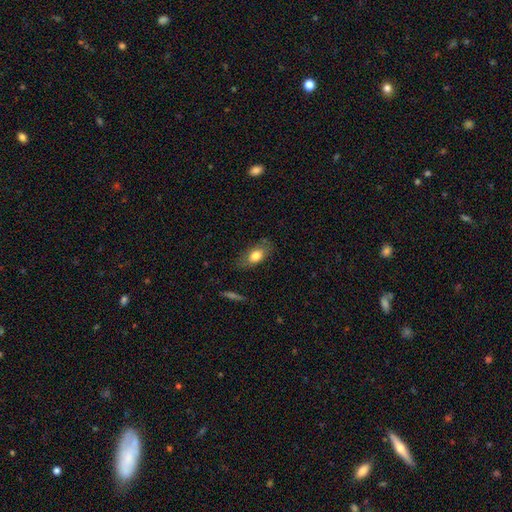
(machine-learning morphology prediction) The model was most divided on "merging": none: 72%, minor disturbance: 20%, major disturbance: 6%, merger: 2%. More confident: how rounded — in between (85%); smooth or featured — smooth (76%).